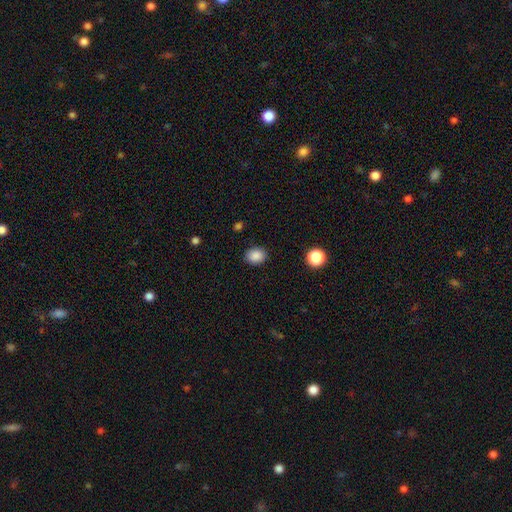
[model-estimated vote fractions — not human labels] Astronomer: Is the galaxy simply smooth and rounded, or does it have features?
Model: smooth — 87%.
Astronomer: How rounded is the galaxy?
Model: in between — 52% (runner-up: round, 47%).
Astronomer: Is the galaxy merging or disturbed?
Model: none — 88%.